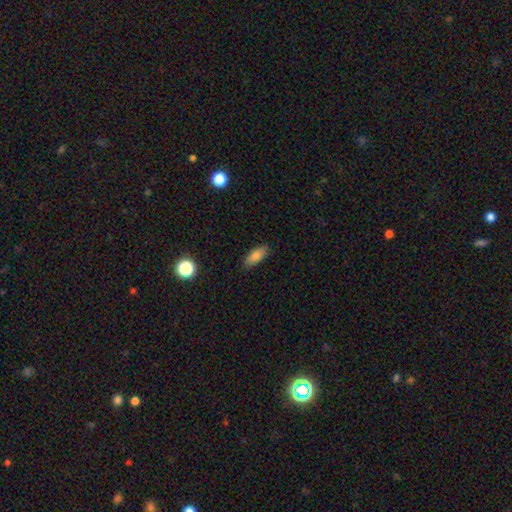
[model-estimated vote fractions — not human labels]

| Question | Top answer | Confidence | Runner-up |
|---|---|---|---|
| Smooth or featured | smooth | 80% | featured or disk (12%) |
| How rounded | in between | 75% | cigar-shaped (22%) |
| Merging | none | 85% | minor disturbance (11%) |